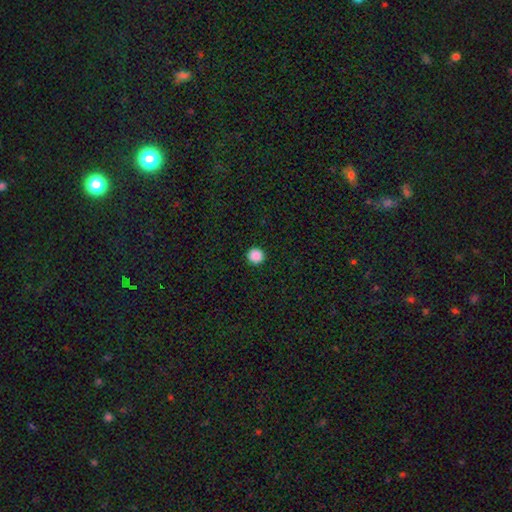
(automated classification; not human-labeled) A smooth galaxy with no disk features (88%) that is round (95%).

Vote fractions:
- Smooth or featured? smooth: 88% / star or artifact: 10% / featured or disk: 2%
- How rounded? round: 95% / in between: 4% / cigar-shaped: 1%
- Merging? none: 94% / minor disturbance: 4% / major disturbance: 1% / merger: 1%